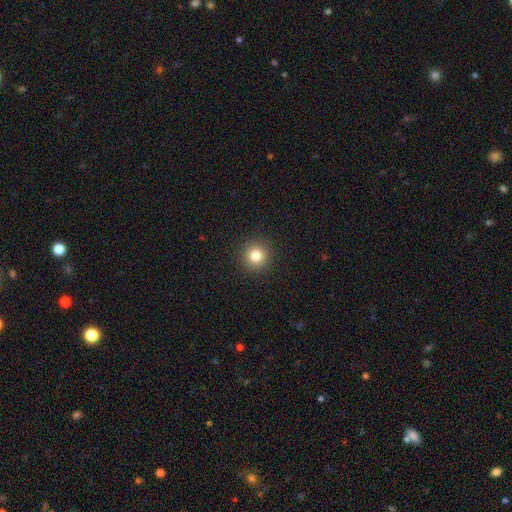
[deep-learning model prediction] A smooth galaxy with no disk features (83%) that is round (95%).

Vote fractions:
- Smooth or featured? smooth: 83% / star or artifact: 12% / featured or disk: 5%
- How rounded? round: 95% / in between: 4% / cigar-shaped: 1%
- Merging? none: 93% / minor disturbance: 5% / major disturbance: 2% / merger: 1%